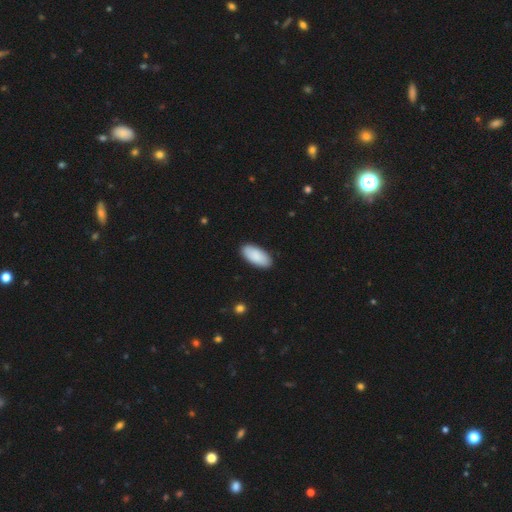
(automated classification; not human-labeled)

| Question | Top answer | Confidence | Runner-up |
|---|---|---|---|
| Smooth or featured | smooth | 90% | star or artifact (5%) |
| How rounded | in between | 92% | cigar-shaped (6%) |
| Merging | none | 90% | minor disturbance (8%) |